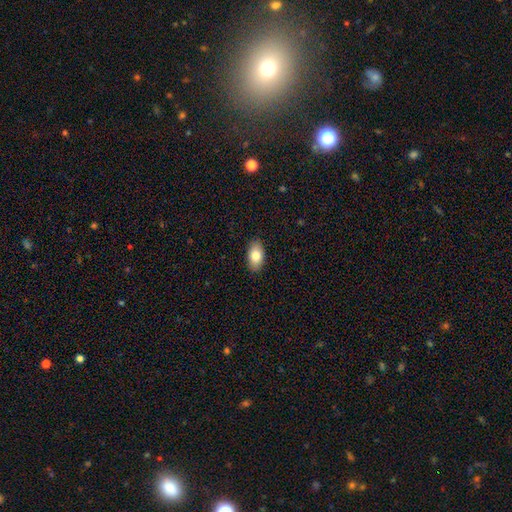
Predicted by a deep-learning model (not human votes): Smooth or featured: smooth — 82% (featured or disk — 11%)
How rounded: in between — 94% (round — 4%)
Merging: none — 89% (minor disturbance — 8%)